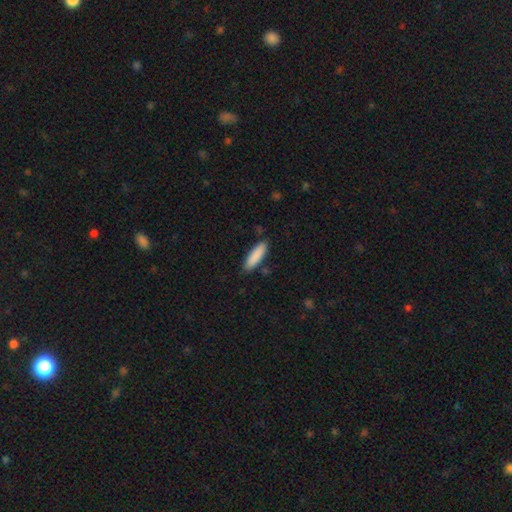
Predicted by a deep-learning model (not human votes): smooth 88%, featured or disk 6%, star or artifact 6%. Down the decision tree: how rounded — cigar-shaped (60%); merging — none (85%).